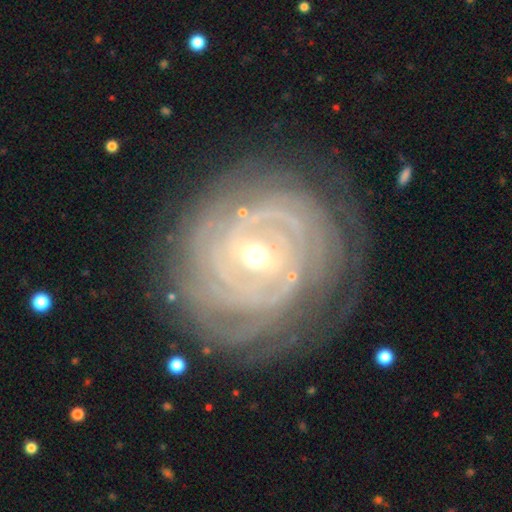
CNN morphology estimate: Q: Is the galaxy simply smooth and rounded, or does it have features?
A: featured or disk — 88%.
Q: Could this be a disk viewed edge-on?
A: no — 96%.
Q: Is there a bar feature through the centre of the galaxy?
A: weak — 43%.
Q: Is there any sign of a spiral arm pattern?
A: yes — 94%.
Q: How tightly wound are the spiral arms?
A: tight — 86%.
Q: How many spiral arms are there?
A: can't tell — 36%.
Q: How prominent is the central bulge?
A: moderate — 54%.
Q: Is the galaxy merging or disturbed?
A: none — 78%.